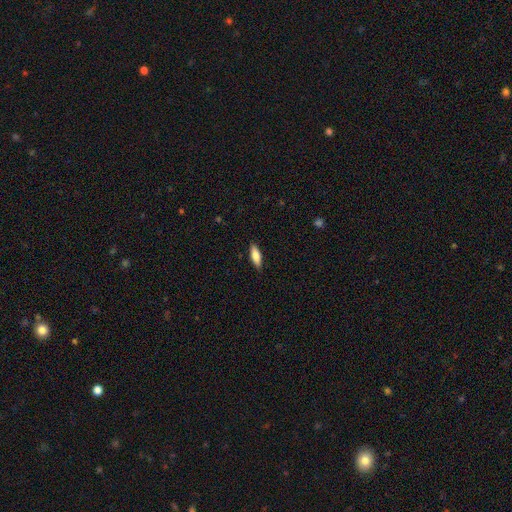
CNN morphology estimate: Smooth or featured? smooth (79%)
How rounded? in between (59%)
Merging? none (87%)